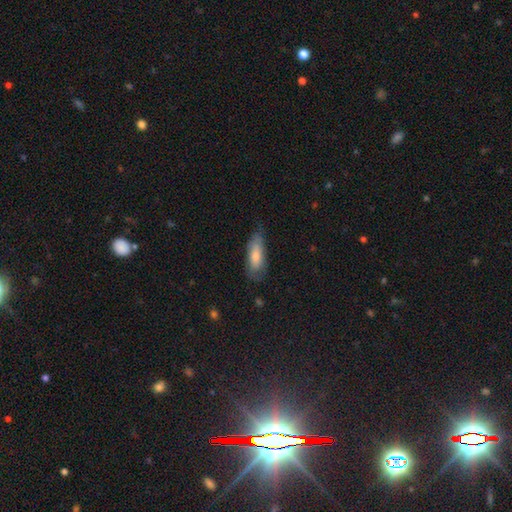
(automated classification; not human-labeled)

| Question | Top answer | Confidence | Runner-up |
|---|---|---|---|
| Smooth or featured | smooth | 75% | featured or disk (19%) |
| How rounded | in between | 70% | cigar-shaped (28%) |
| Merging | none | 62% | minor disturbance (28%) |